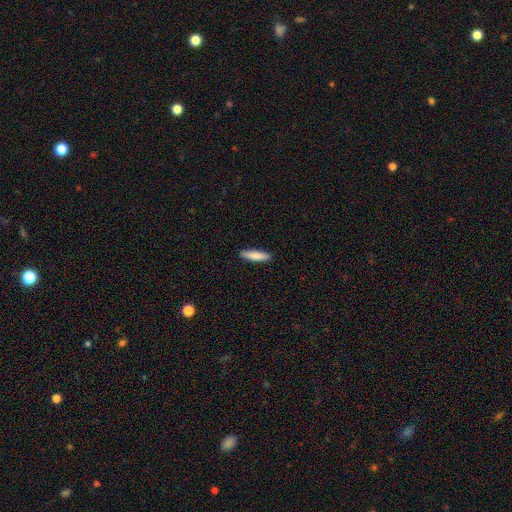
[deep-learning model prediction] This appears to be a smooth galaxy with no disk features (84%) that is cigar-shaped (75%). Merging: none (90%).